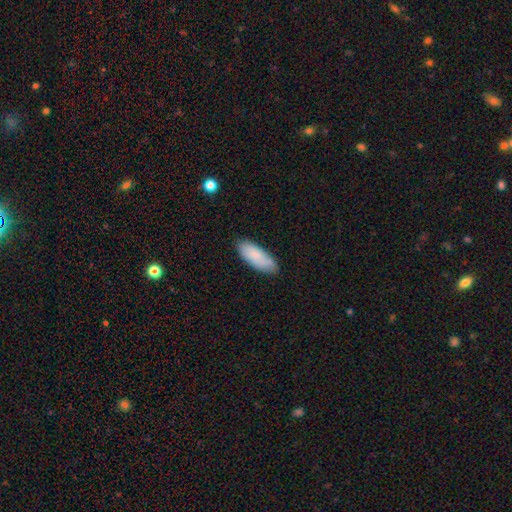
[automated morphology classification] Smooth or featured? smooth (82%)
How rounded? in between (78%)
Merging? none (77%)